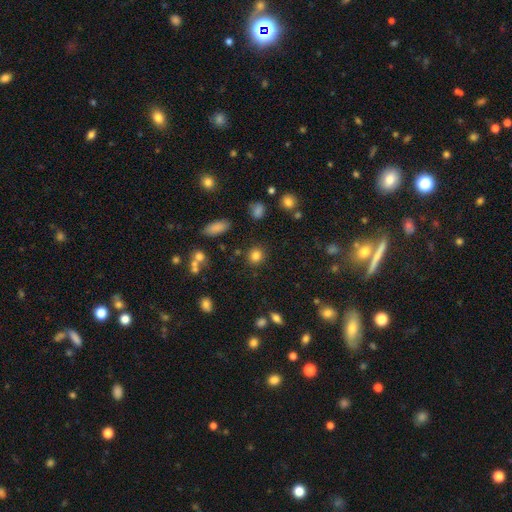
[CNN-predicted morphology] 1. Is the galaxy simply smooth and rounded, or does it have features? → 82% smooth, 12% star or artifact, 6% featured or disk.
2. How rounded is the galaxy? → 87% round, 12% in between, 1% cigar-shaped.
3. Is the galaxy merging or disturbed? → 87% none, 7% minor disturbance, 3% merger, 3% major disturbance.